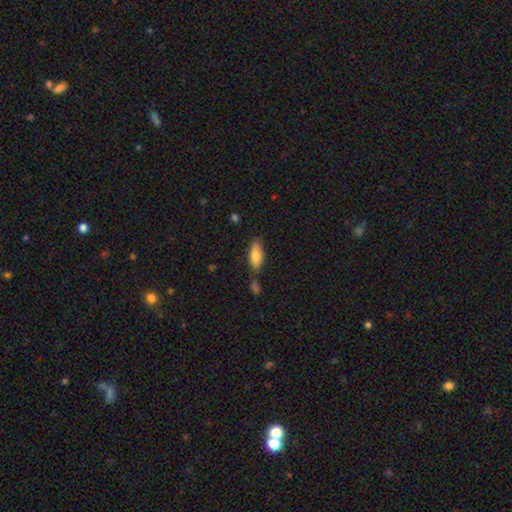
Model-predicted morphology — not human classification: smooth_or_featured: smooth (p=0.77) [alt: featured or disk p=0.17]
how_rounded: in between (p=0.70) [alt: cigar-shaped p=0.27]
merging: none (p=0.70) [alt: minor disturbance p=0.16]